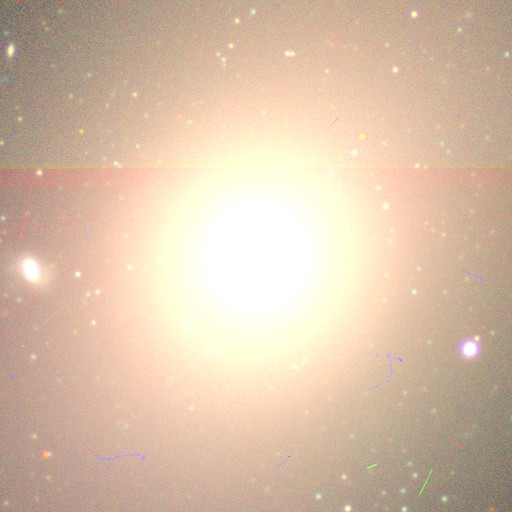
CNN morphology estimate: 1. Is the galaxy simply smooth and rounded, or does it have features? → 55% smooth, 29% star or artifact, 16% featured or disk.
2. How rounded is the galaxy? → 68% round, 29% in between, 3% cigar-shaped.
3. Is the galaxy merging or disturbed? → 85% none, 8% minor disturbance, 4% major disturbance, 3% merger.